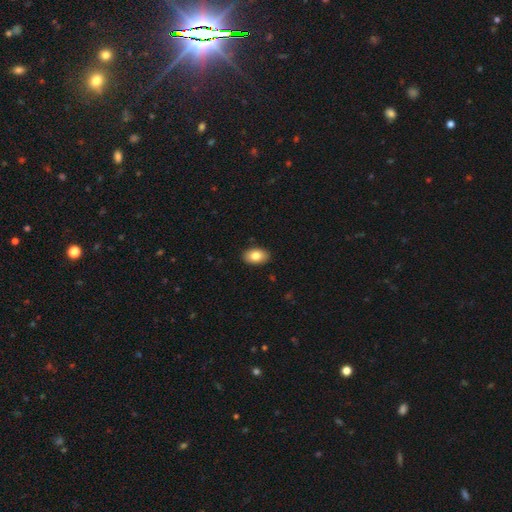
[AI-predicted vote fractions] Smooth or featured: smooth — 82% (featured or disk — 11%)
How rounded: in between — 90% (round — 9%)
Merging: none — 90% (minor disturbance — 8%)